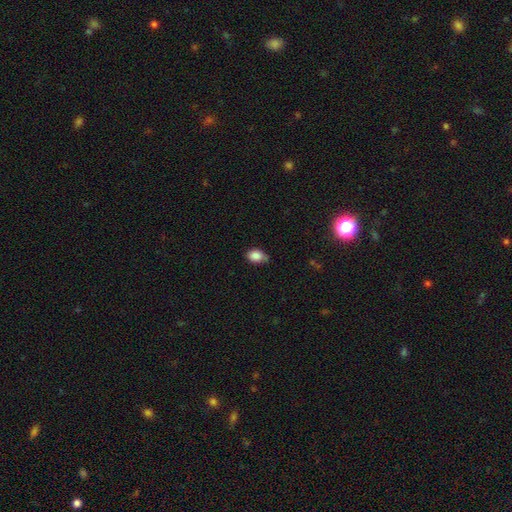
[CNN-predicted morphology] Overall: smooth (86%). How rounded: in between (79%). Merging: none (60%; minor disturbance 33%).